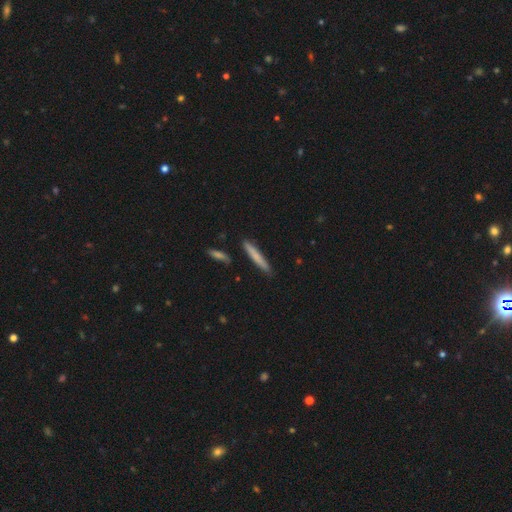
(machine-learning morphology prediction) The model was most divided on "smooth or featured": smooth: 72%, featured or disk: 22%, star or artifact: 6%. More confident: how rounded — cigar-shaped (95%); merging — none (86%).